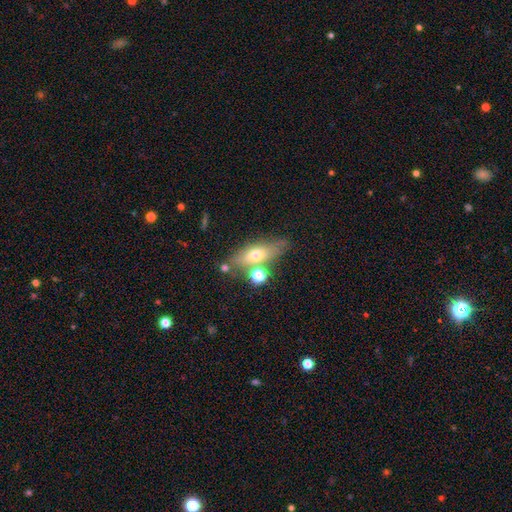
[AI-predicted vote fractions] This appears to be a smooth galaxy with no disk features (55%) that is in between round and cigar-shaped (52%). Merging: none (66%).